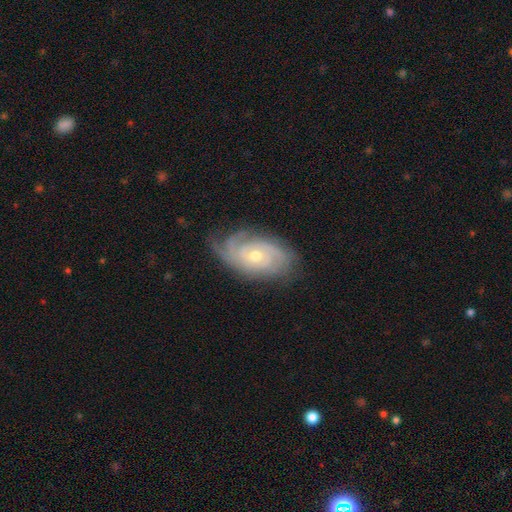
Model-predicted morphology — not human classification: featured or disk 87%, smooth 7%, star or artifact 5%. Down the decision tree: edge-on disk — no (96%); bar — no (75%); spiral arms — yes (97%); spiral arm count — 3 (30%); spiral winding — tight (71%); bulge size — moderate (52%); merging — none (73%).